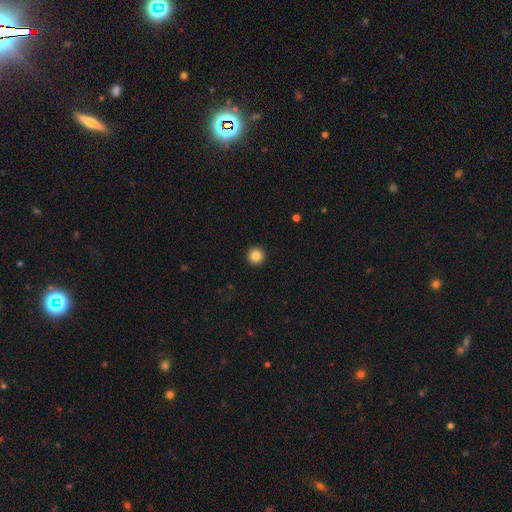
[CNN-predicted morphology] The model was most divided on "smooth or featured": smooth: 84%, star or artifact: 10%, featured or disk: 5%. More confident: how rounded — round (96%); merging — none (94%).